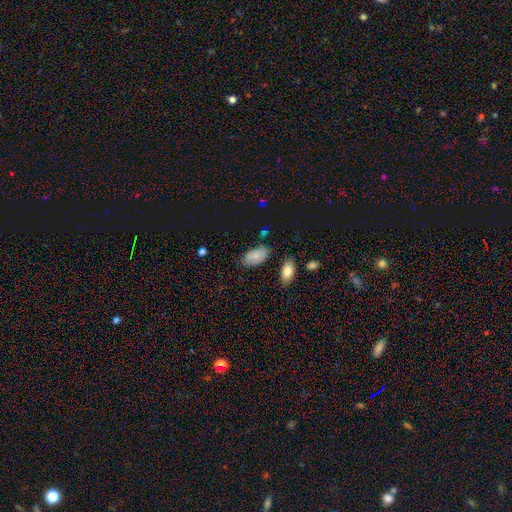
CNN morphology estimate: smooth_or_featured: smooth (p=0.75) [alt: featured or disk p=0.17]
how_rounded: in between (p=0.94) [alt: round p=0.04]
merging: none (p=0.67) [alt: minor disturbance p=0.23]